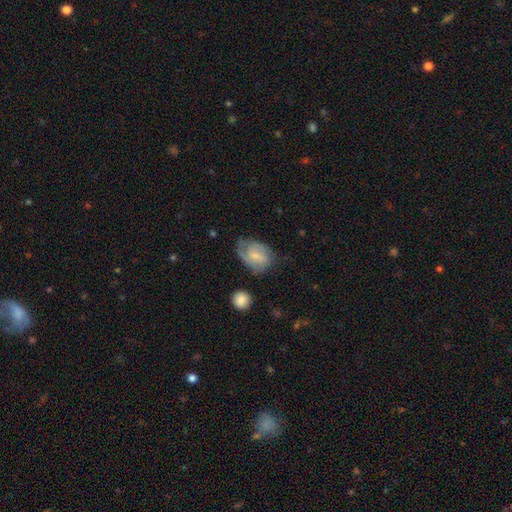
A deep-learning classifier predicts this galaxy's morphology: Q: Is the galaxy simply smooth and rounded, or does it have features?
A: featured or disk — 47%.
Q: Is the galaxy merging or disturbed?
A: none — 52%.